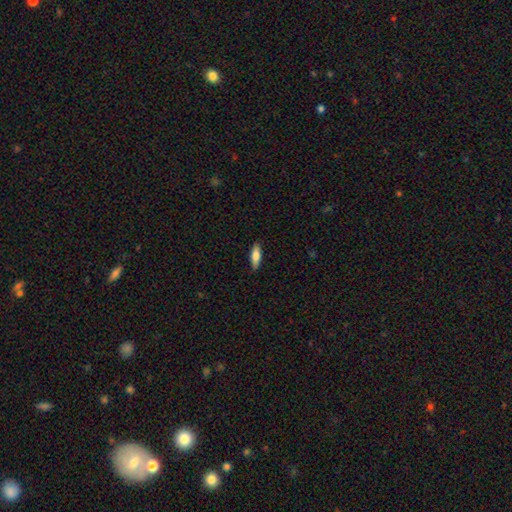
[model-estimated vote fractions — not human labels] This appears to be a smooth galaxy with no disk features (73%) that is in between round and cigar-shaped (56%). Merging: none (88%).